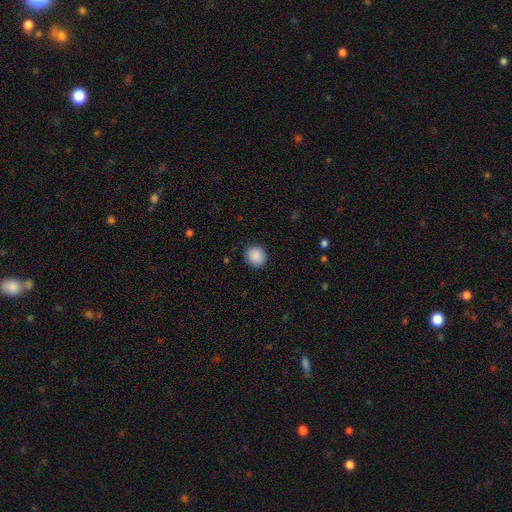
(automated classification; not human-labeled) Smooth or featured? Predicted: smooth (p=0.89). How rounded? Predicted: round (p=0.88). Merging? Predicted: none (p=0.91).